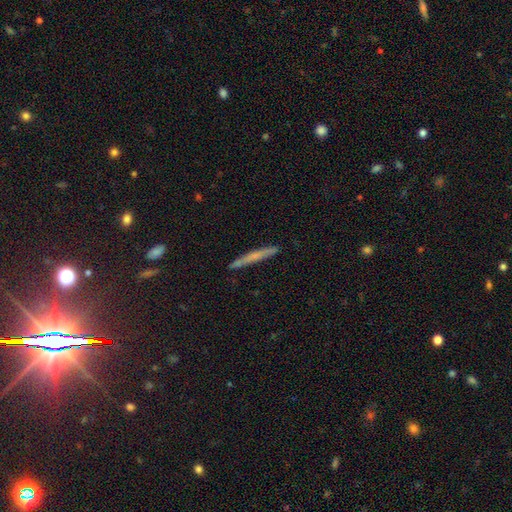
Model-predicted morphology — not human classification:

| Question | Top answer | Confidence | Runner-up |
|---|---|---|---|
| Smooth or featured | smooth | 55% | featured or disk (38%) |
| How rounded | cigar-shaped | 96% | in between (3%) |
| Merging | none | 86% | minor disturbance (10%) |